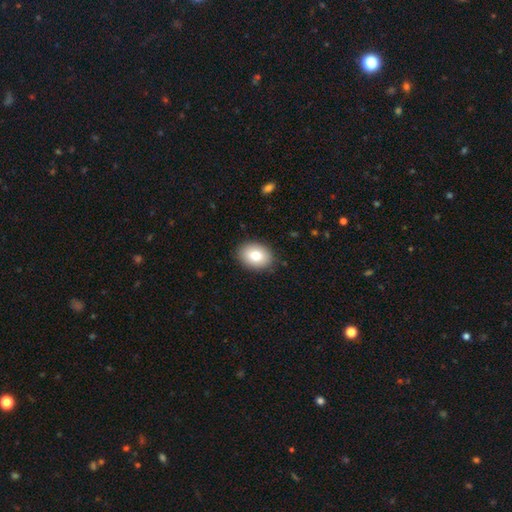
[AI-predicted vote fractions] A smooth galaxy with no disk features (79%) that is in between round and cigar-shaped (75%). Merging: none (88%).